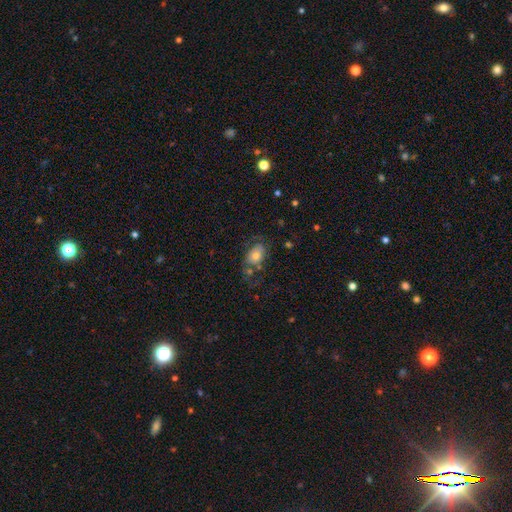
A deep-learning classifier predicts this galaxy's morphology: This is likely a smooth galaxy (62%). How rounded: clearly in between (83%). Merging: possibly none (46%).